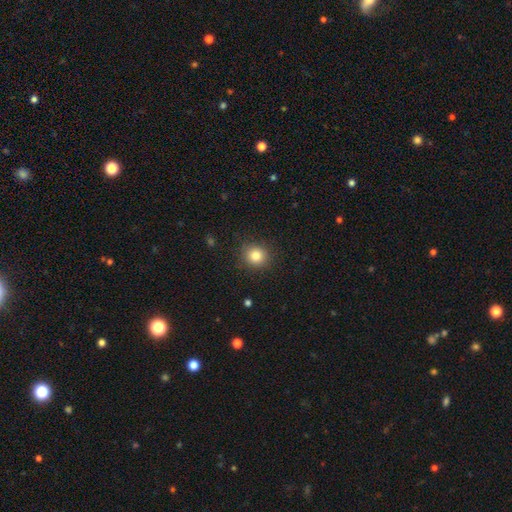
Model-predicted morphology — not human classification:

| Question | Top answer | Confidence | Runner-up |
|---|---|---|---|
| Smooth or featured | smooth | 83% | star or artifact (11%) |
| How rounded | round | 86% | in between (13%) |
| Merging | none | 88% | minor disturbance (8%) |